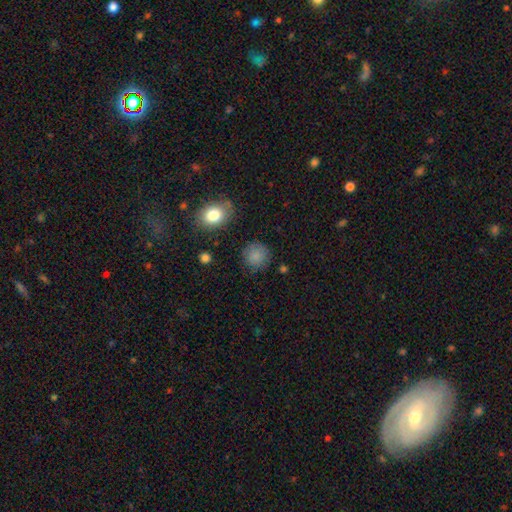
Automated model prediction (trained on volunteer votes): smooth-or-featured: smooth: 83% | star or artifact: 11% | featured or disk: 6%
  how-rounded: round: 90% | in between: 9% | cigar-shaped: 1%
  merging: none: 82% | minor disturbance: 12% | major disturbance: 4% | merger: 2%